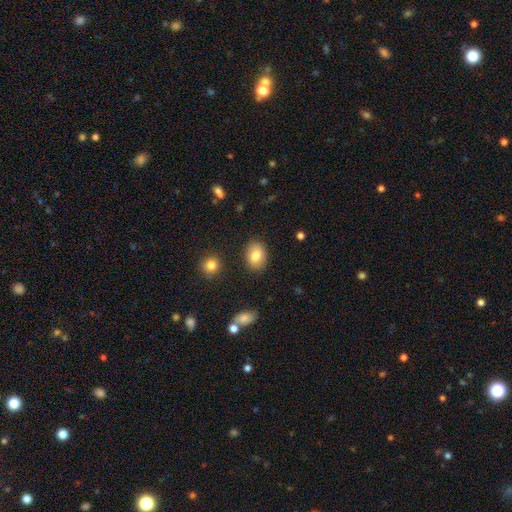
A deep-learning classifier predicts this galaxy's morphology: smooth-or-featured: smooth: 81% | featured or disk: 11% | star or artifact: 8%
  how-rounded: in between: 72% | round: 27% | cigar-shaped: 1%
  merging: none: 86% | minor disturbance: 9% | major disturbance: 2% | merger: 2%